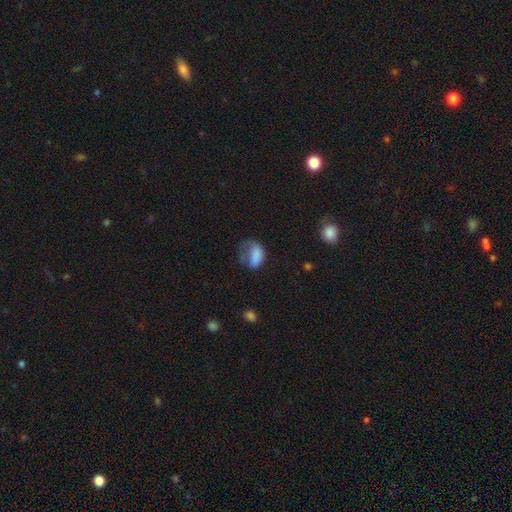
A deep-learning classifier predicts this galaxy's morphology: A smooth galaxy with no disk features (74%) that is in between round and cigar-shaped (84%).

Vote fractions:
- Smooth or featured? smooth: 74% / featured or disk: 17% / star or artifact: 10%
- How rounded? in between: 84% / round: 14% / cigar-shaped: 2%
- Merging? major disturbance: 49% / minor disturbance: 24% / none: 23% / merger: 3%